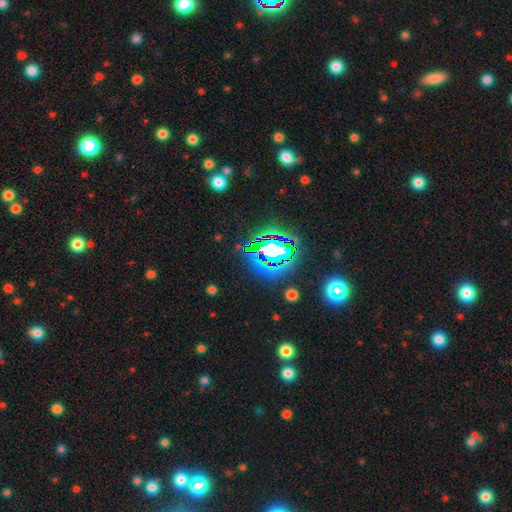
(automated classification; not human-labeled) A star or artifact, not a galaxy (79%).

Vote fractions:
- Smooth or featured? star or artifact: 79% / smooth: 12% / featured or disk: 9%